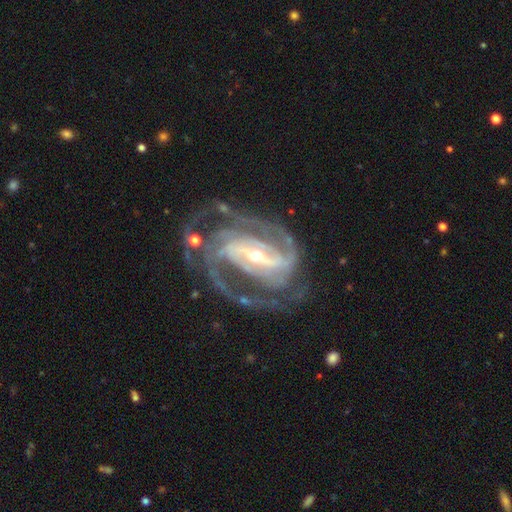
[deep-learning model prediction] A featured or disk galaxy (93%) with a strong bar (67%), 2 (41%) tight (49%) spiral arms (98%) and a small central bulge (58%).

Vote fractions:
- Smooth or featured? featured or disk: 93% / star or artifact: 5% / smooth: 2%
- Edge-on disk? no: 97% / yes: 3%
- Bar? strong: 67% / weak: 25% / no: 8%
- Spiral arms? yes: 98% / no: 2%
- Spiral winding? tight: 49% / medium: 44% / loose: 7%
- Spiral arm count? 2: 41% / 3: 32% / 4: 10% / can't tell: 8% / more than 4: 5% / 1: 4%
- Bulge size? small: 58% / moderate: 37% / large: 3% / none: 1% / dominant: 1%
- Merging? none: 65% / minor disturbance: 18% / major disturbance: 14% / merger: 3%